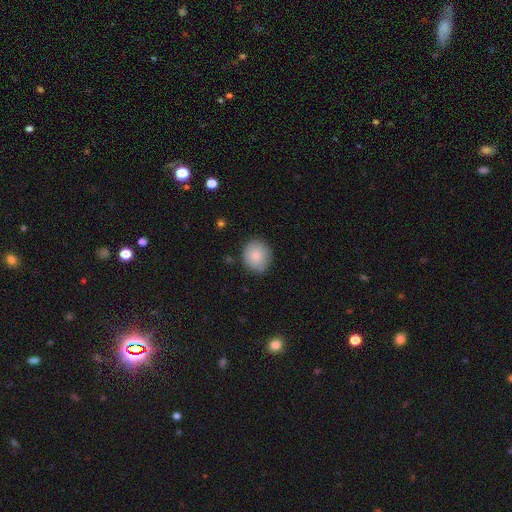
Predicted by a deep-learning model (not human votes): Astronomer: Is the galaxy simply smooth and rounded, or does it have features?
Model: smooth — 83%.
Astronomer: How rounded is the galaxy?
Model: round — 82%.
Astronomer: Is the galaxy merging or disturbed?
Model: none — 79%.